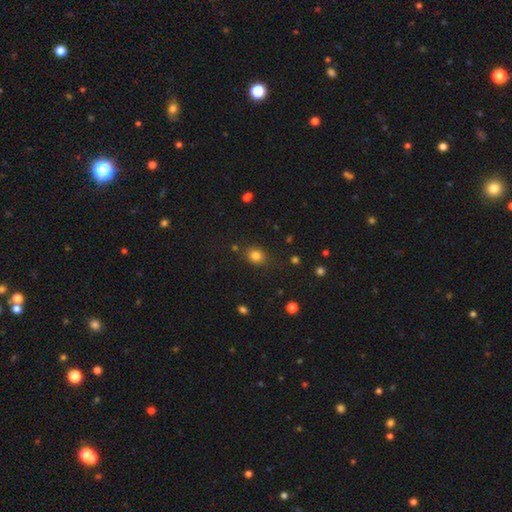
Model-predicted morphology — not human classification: A smooth galaxy with no disk features (81%) that is round (71%).

Vote fractions:
- Smooth or featured? smooth: 81% / star or artifact: 13% / featured or disk: 6%
- How rounded? round: 71% / in between: 28% / cigar-shaped: 1%
- Merging? none: 82% / minor disturbance: 11% / major disturbance: 4% / merger: 3%